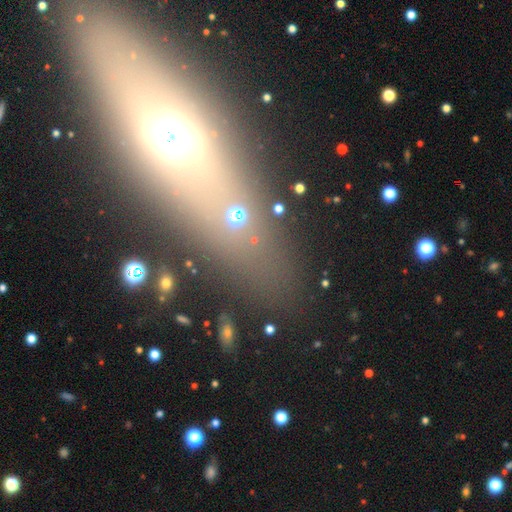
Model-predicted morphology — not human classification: Overall: star or artifact (38%; featured or disk 33%).